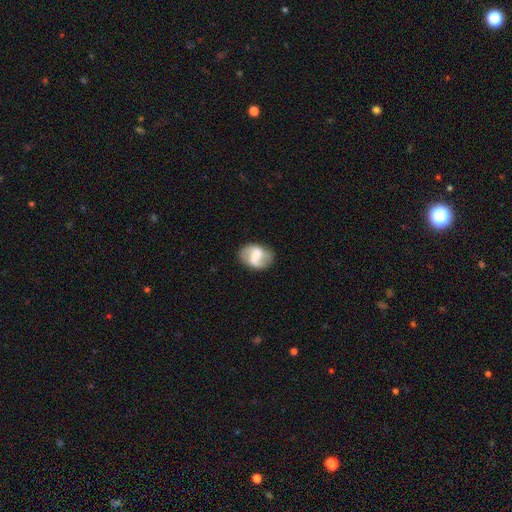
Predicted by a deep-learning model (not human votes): Smooth or featured? Predicted: featured or disk (p=0.66). Edge-on disk? Predicted: no (p=0.97). Bar? Predicted: weak (p=0.43). Spiral arms? Predicted: yes (p=0.84). Spiral winding? Predicted: loose (p=0.50). Spiral arm count? Predicted: 2 (p=0.86). Bulge size? Predicted: moderate (p=0.29). Merging? Predicted: none (p=0.77).